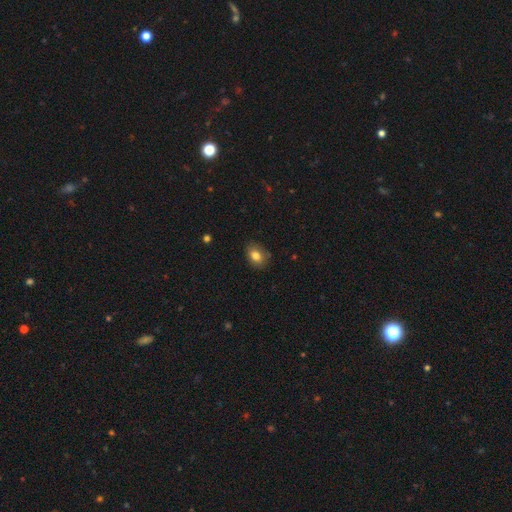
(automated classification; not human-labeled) A smooth galaxy with no disk features (82%) that is in between round and cigar-shaped (72%).

Vote fractions:
- Smooth or featured? smooth: 82% / star or artifact: 9% / featured or disk: 9%
- How rounded? in between: 72% / round: 27% / cigar-shaped: 1%
- Merging? none: 82% / minor disturbance: 14% / major disturbance: 3% / merger: 1%